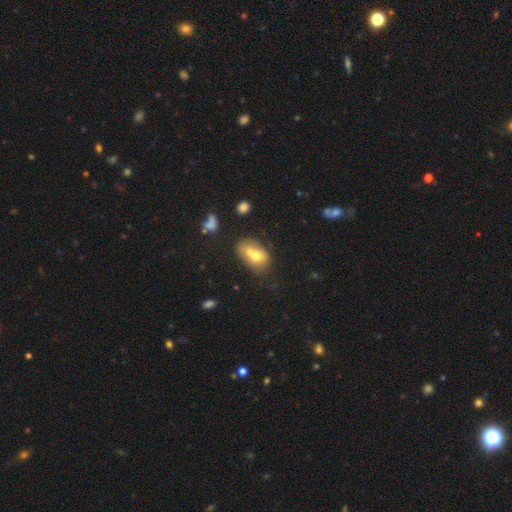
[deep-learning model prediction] smooth 64%, featured or disk 26%, star or artifact 11%. Down the decision tree: how rounded — in between (63%); merging — merger (64%).